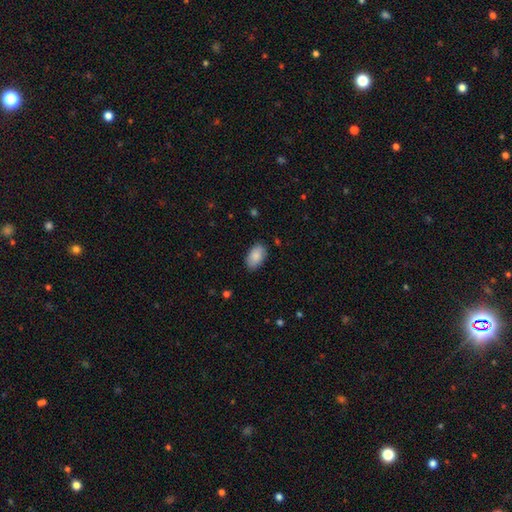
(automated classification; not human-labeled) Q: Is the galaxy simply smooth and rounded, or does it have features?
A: smooth — 88%.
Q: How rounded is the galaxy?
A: in between — 93%.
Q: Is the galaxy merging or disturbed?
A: none — 85%.